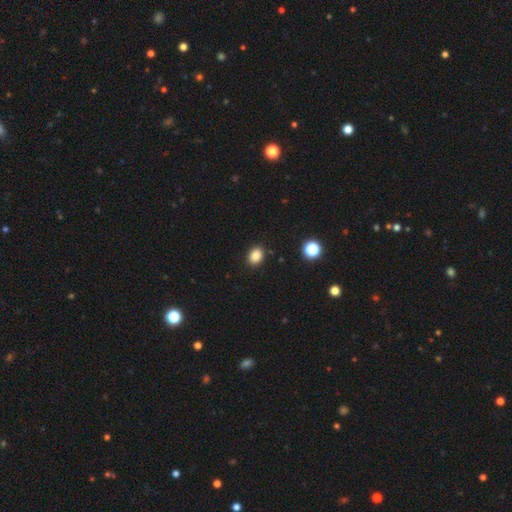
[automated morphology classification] type=smooth (86%); roundness=in between (59%); merging=none (89%).